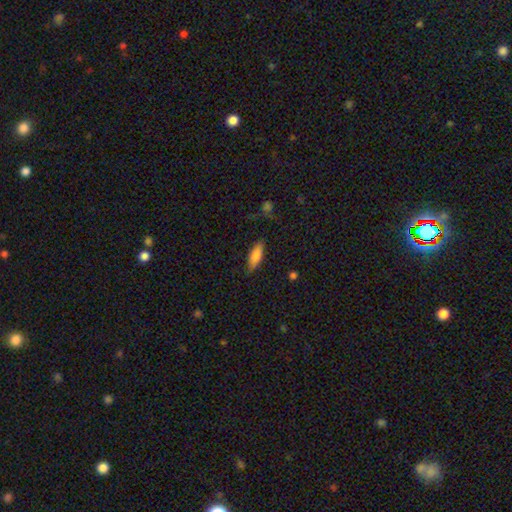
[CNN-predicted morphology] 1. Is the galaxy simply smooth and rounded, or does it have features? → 79% smooth, 14% featured or disk, 7% star or artifact.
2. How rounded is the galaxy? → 63% in between, 35% cigar-shaped, 2% round.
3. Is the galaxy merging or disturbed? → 80% none, 15% minor disturbance, 3% major disturbance, 1% merger.